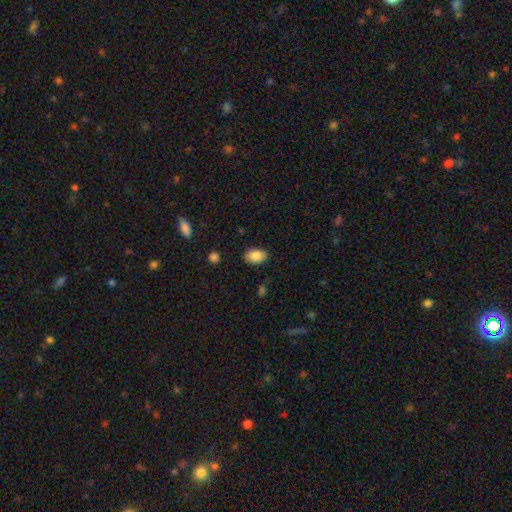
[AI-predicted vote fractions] Smooth or featured? smooth (87%)
How rounded? in between (86%)
Merging? none (86%)